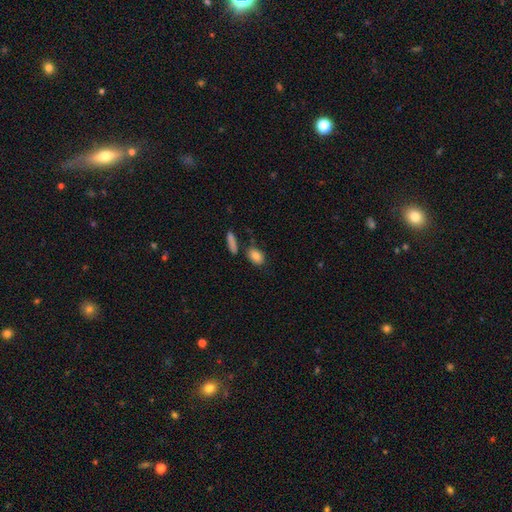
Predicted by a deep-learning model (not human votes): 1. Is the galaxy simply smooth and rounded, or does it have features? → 87% smooth, 8% star or artifact, 6% featured or disk.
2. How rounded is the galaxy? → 83% in between, 13% round, 4% cigar-shaped.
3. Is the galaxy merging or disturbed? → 73% none, 13% minor disturbance, 10% merger, 4% major disturbance.